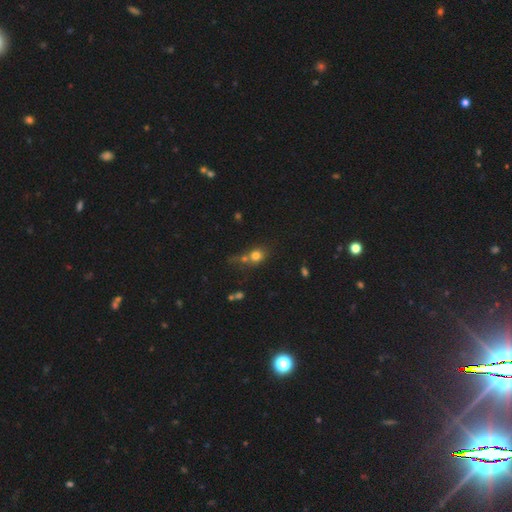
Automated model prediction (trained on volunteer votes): Smooth or featured? smooth (73%)
How rounded? round (71%)
Merging? none (43%)